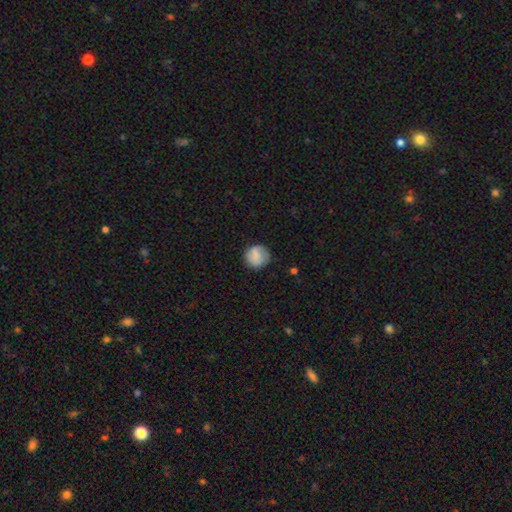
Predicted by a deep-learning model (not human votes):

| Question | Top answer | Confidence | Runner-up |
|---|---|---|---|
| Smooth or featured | smooth | 80% | featured or disk (12%) |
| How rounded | round | 88% | in between (11%) |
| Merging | none | 78% | minor disturbance (16%) |